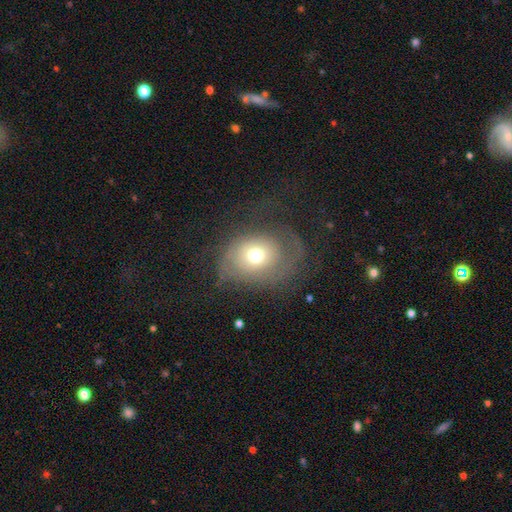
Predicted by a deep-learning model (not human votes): Smooth or featured? smooth (56%)
How rounded? round (55%)
Merging? none (39%)